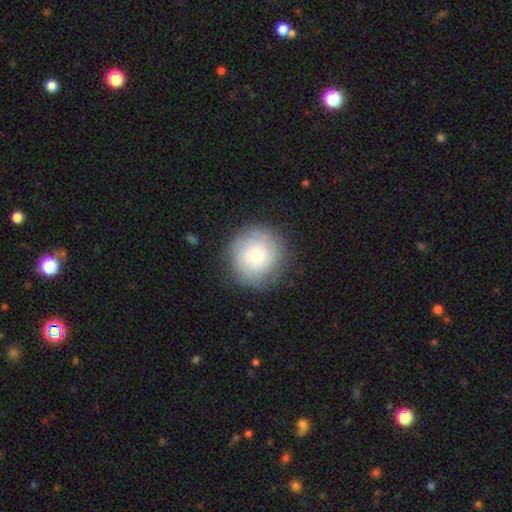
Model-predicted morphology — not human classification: smooth-or-featured: smooth: 66% | featured or disk: 26% | star or artifact: 8%
  how-rounded: round: 94% | in between: 5% | cigar-shaped: 1%
  merging: none: 81% | minor disturbance: 13% | major disturbance: 5% | merger: 1%